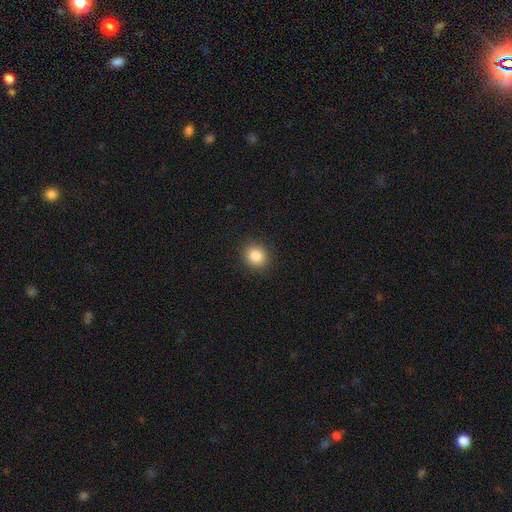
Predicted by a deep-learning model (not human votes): Smooth or featured?
  - smooth: 85% *
  - star or artifact: 10%
  - featured or disk: 5%
How rounded?
  - round: 84% *
  - in between: 15%
  - cigar-shaped: 1%
Merging?
  - none: 91% *
  - minor disturbance: 6%
  - major disturbance: 2%
  - merger: 1%